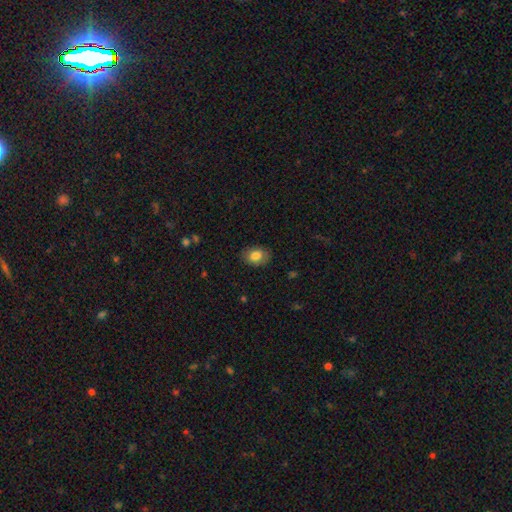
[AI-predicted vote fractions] A smooth galaxy with no disk features (81%) that is in between round and cigar-shaped (74%). Merging: none (85%).